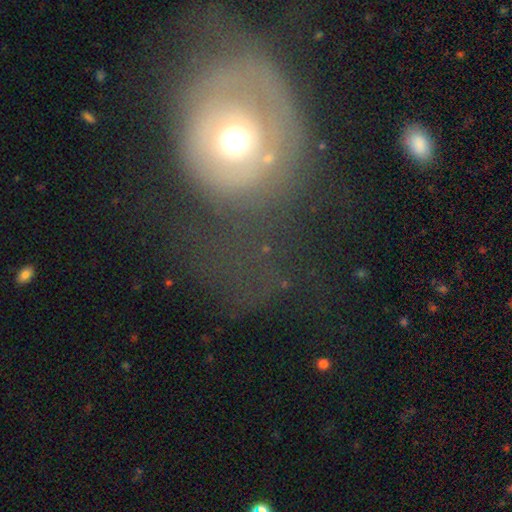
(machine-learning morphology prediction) smooth_or_featured: featured or disk (p=0.46) [alt: smooth p=0.40]
merging: major disturbance (p=0.43) [alt: none p=0.34]